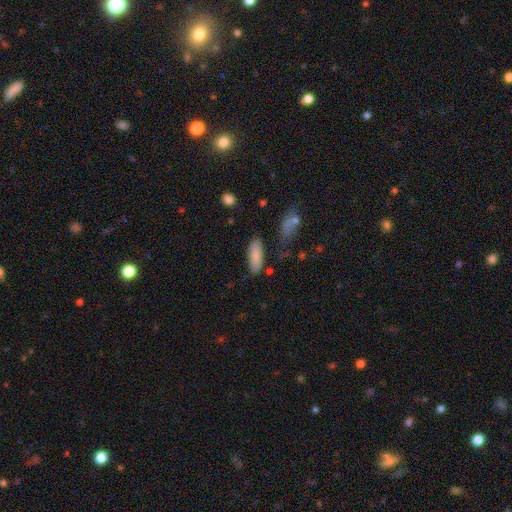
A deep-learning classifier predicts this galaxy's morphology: Smooth or featured?
  - smooth: 85% *
  - featured or disk: 9%
  - star or artifact: 6%
How rounded?
  - in between: 77% *
  - cigar-shaped: 21%
  - round: 2%
Merging?
  - none: 77% *
  - minor disturbance: 15%
  - merger: 4%
  - major disturbance: 4%